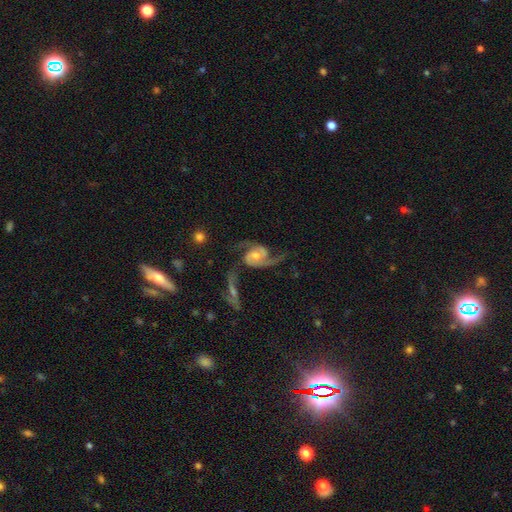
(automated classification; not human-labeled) smooth_or_featured: featured or disk (p=0.89) [alt: star or artifact p=0.06]
disk_edge_on: no (p=0.97) [alt: yes p=0.03]
bar: no (p=0.58) [alt: weak p=0.32]
has_spiral_arms: yes (p=0.97) [alt: no p=0.03]
spiral_winding: loose (p=0.48) [alt: medium p=0.40]
spiral_arm_count: 2 (p=0.89) [alt: 1 p=0.03]
bulge_size: moderate (p=0.58) [alt: small p=0.32]
merging: none (p=0.48) [alt: major disturbance p=0.20]